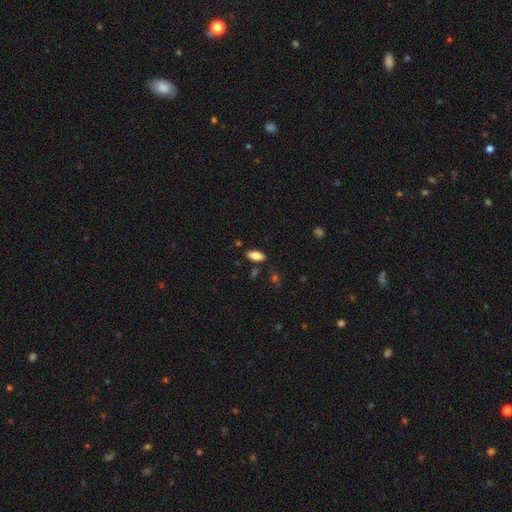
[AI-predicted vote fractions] smooth 79%, featured or disk 13%, star or artifact 8%. Down the decision tree: how rounded — in between (86%); merging — none (83%).